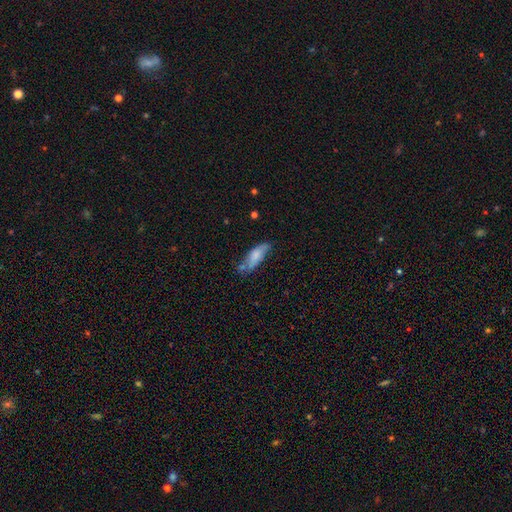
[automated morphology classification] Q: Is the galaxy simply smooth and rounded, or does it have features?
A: smooth — 73%.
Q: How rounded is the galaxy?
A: in between — 58%.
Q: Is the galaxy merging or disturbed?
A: none — 53%.